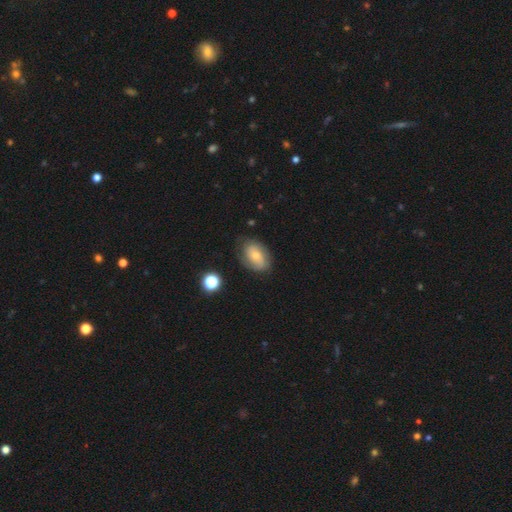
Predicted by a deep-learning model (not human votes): Morphology: type=smooth (59%); roundness=in between (83%); merging=none (71%).